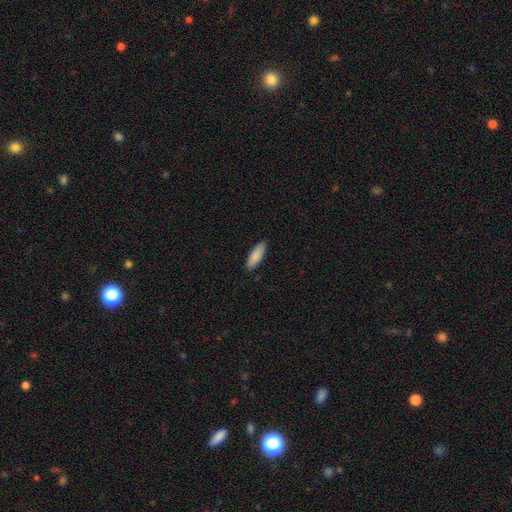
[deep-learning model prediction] smooth 89%, featured or disk 6%, star or artifact 5%. Down the decision tree: how rounded — in between (54%); merging — none (89%).